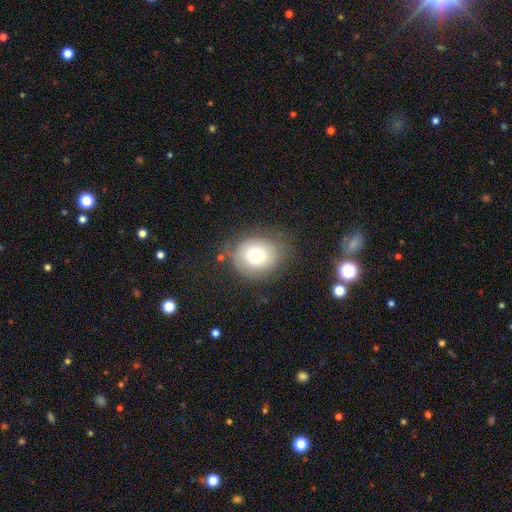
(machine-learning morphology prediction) Smooth or featured? smooth (74%)
How rounded? round (69%)
Merging? none (69%)